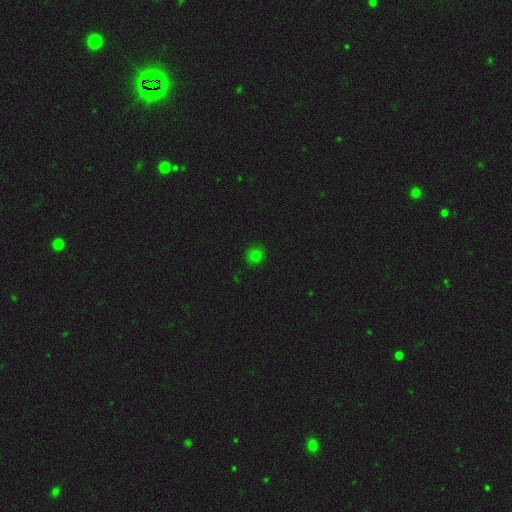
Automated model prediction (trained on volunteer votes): smooth 74%, star or artifact 19%, featured or disk 7%. Down the decision tree: how rounded — round (90%); merging — none (89%).